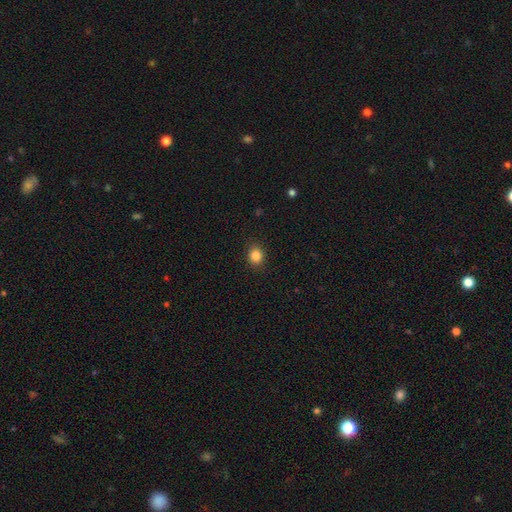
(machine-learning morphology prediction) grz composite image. It shows a smooth galaxy with no disk features (85%) that is round (75%). Merging: none (90%).